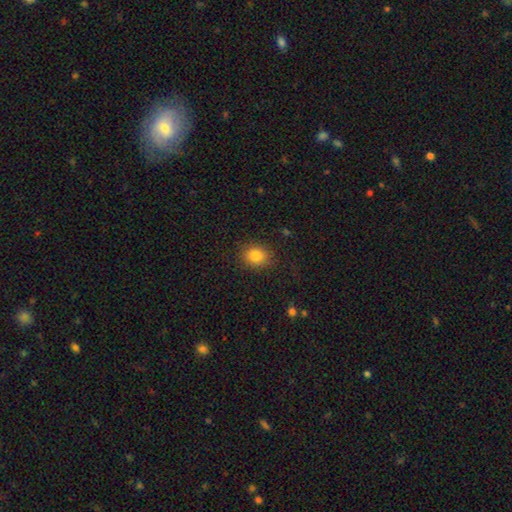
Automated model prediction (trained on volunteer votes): Smooth or featured? Predicted: smooth (p=0.83). How rounded? Predicted: round (p=0.58). Merging? Predicted: none (p=0.85).